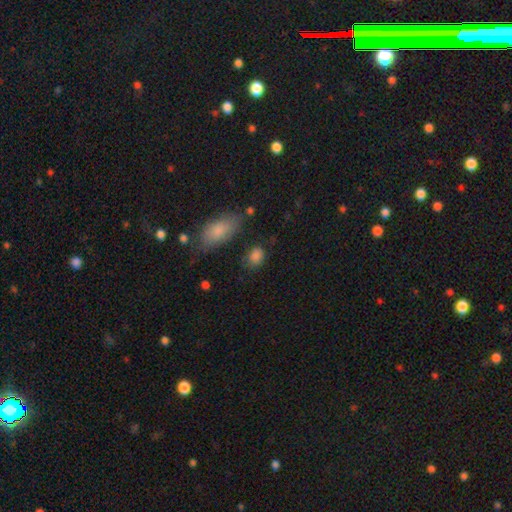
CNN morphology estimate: type=smooth (85%); roundness=in between (69%); merging=none (69%).